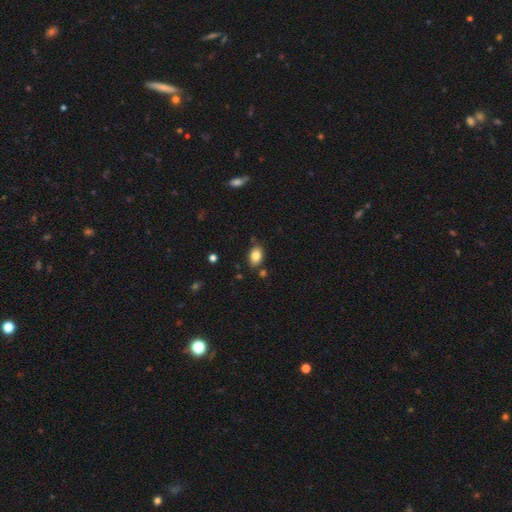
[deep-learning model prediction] smooth 83%, star or artifact 9%, featured or disk 8%. Down the decision tree: how rounded — in between (86%); merging — none (79%).